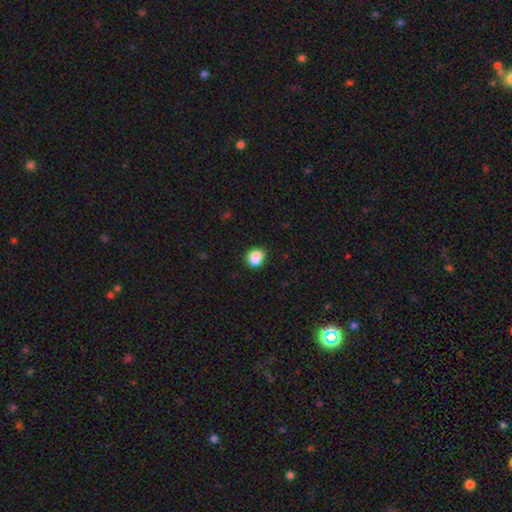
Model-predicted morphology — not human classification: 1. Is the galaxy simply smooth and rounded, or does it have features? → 84% smooth, 10% star or artifact, 6% featured or disk.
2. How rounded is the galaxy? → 63% round, 36% in between, 1% cigar-shaped.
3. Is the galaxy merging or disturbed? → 66% none, 20% minor disturbance, 9% merger, 5% major disturbance.